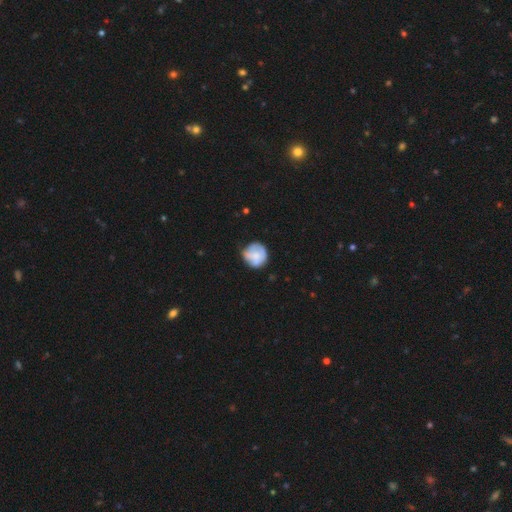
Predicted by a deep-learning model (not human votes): The model was most divided on "smooth or featured": smooth: 61%, featured or disk: 31%, star or artifact: 7%. More confident: how rounded — round (90%); merging — none (65%).